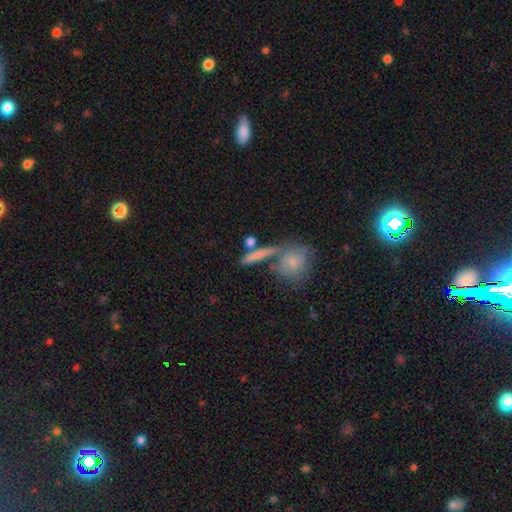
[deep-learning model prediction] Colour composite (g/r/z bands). It shows a smooth galaxy with no disk features (65%) that is cigar-shaped (65%). Merging: none (58%).